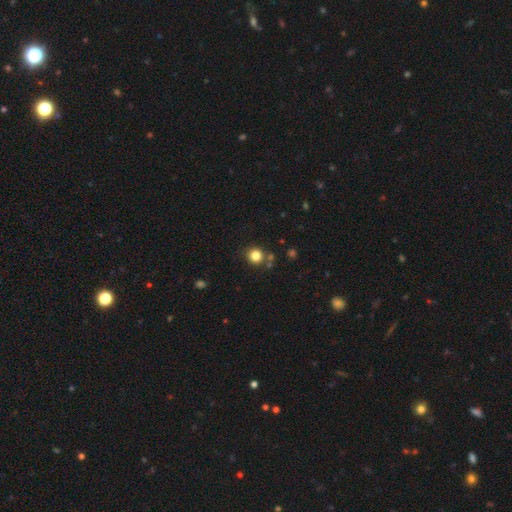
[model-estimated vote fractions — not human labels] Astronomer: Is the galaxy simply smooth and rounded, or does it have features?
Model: smooth — 82%.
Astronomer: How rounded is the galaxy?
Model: round — 92%.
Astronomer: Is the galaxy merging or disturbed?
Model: none — 80%.